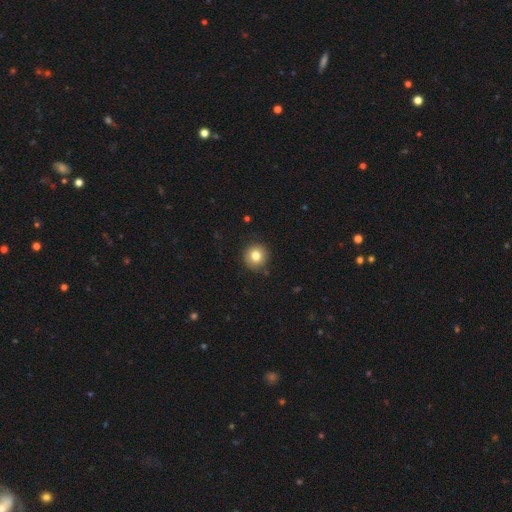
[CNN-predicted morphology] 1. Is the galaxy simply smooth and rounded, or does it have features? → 80% smooth, 10% star or artifact, 9% featured or disk.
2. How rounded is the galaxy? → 93% round, 6% in between, 1% cigar-shaped.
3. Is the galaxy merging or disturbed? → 88% none, 9% minor disturbance, 2% major disturbance, 1% merger.